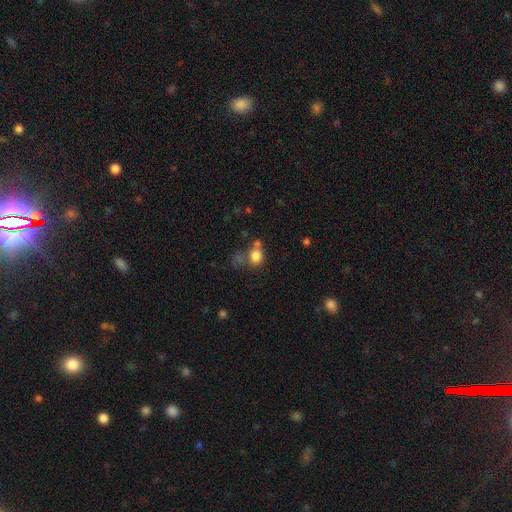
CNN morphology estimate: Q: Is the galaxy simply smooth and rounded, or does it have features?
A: smooth — 80%.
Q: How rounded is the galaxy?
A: round — 71%.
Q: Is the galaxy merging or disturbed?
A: none — 47%.